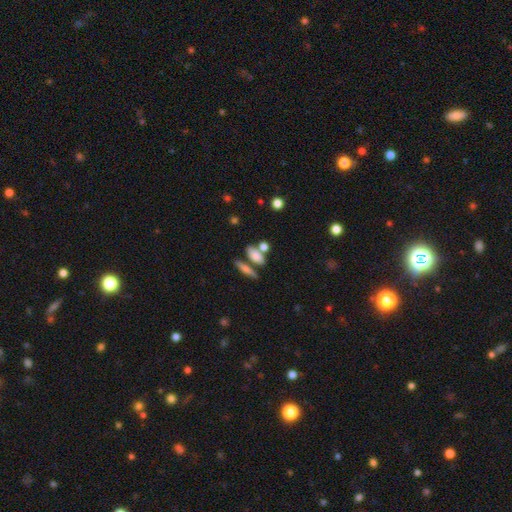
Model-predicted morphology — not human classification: smooth_or_featured: smooth (p=0.75) [alt: featured or disk p=0.15]
how_rounded: in between (p=0.59) [alt: cigar-shaped p=0.27]
merging: none (p=0.55) [alt: merger p=0.27]